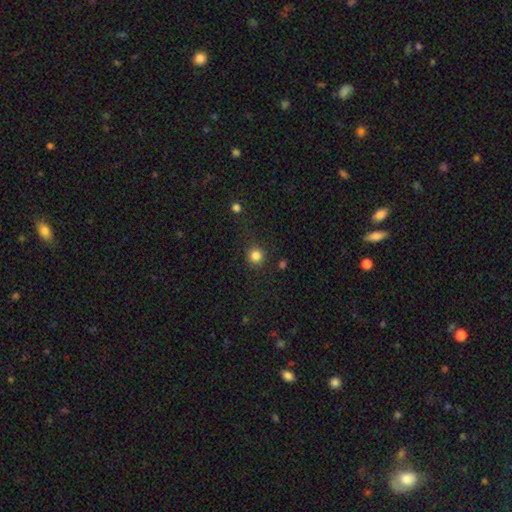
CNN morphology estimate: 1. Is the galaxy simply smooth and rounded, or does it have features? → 84% smooth, 12% star or artifact, 4% featured or disk.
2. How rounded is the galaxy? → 94% round, 5% in between, 1% cigar-shaped.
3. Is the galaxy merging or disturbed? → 86% none, 8% minor disturbance, 4% major disturbance, 2% merger.